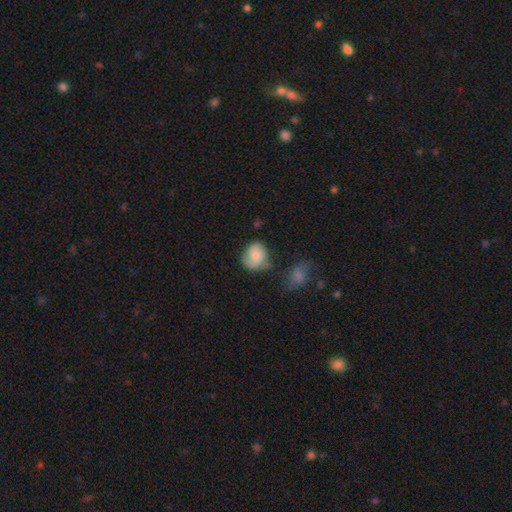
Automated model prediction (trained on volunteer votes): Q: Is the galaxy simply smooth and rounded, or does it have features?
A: smooth — 53%.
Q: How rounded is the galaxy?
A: round — 65%.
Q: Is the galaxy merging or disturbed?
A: none — 53%.